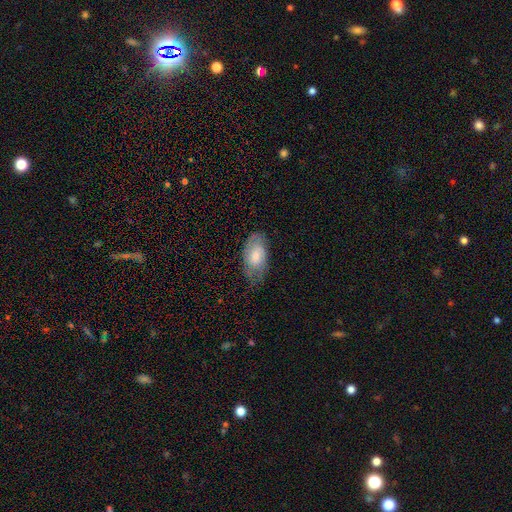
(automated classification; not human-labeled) A smooth galaxy with no disk features (55%) that is in between round and cigar-shaped (93%).

Vote fractions:
- Smooth or featured? smooth: 55% / featured or disk: 39% / star or artifact: 6%
- How rounded? in between: 93% / round: 4% / cigar-shaped: 3%
- Merging? none: 64% / minor disturbance: 26% / major disturbance: 8% / merger: 1%